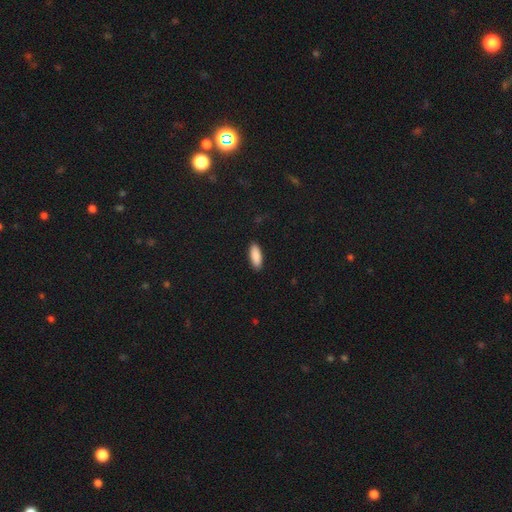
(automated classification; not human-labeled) Smooth or featured? Predicted: smooth (p=0.90). How rounded? Predicted: in between (p=0.74). Merging? Predicted: none (p=0.90).